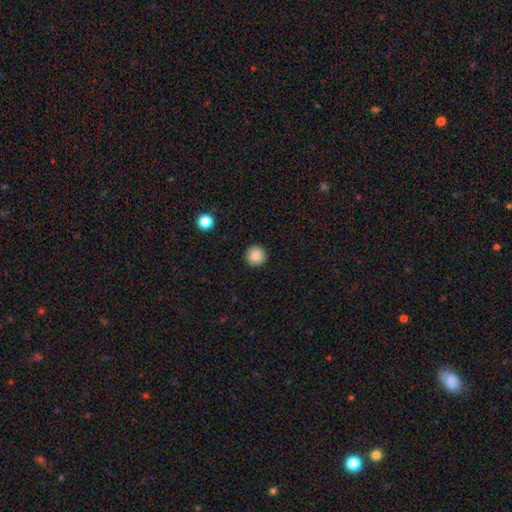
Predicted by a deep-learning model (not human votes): A smooth galaxy with no disk features (87%) that is round (96%).

Vote fractions:
- Smooth or featured? smooth: 87% / star or artifact: 9% / featured or disk: 4%
- How rounded? round: 96% / in between: 3% / cigar-shaped: 1%
- Merging? none: 93% / minor disturbance: 5% / major disturbance: 2% / merger: 1%